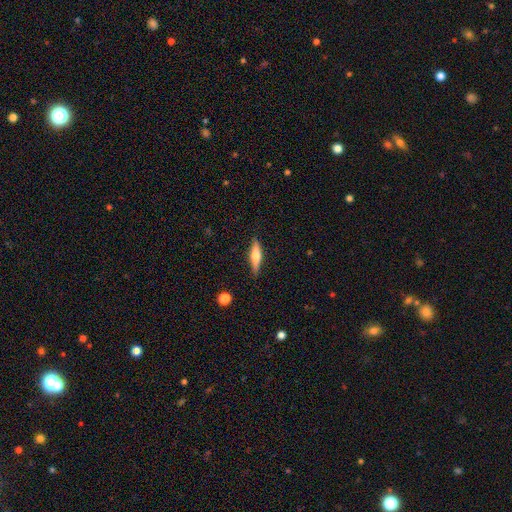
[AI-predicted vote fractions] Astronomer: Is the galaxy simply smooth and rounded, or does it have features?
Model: featured or disk — 50% (runner-up: smooth, 43%).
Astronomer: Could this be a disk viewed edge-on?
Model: yes — 94%.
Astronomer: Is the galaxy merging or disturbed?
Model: none — 87%.